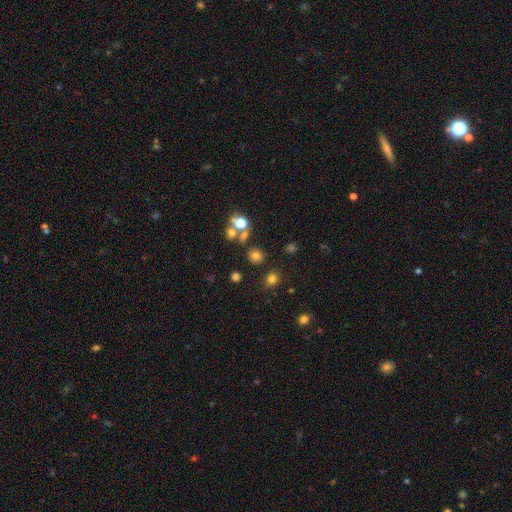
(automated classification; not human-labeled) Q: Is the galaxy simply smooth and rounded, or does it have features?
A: smooth — 72%.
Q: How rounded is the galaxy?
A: round — 86%.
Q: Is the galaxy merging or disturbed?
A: none — 76%.